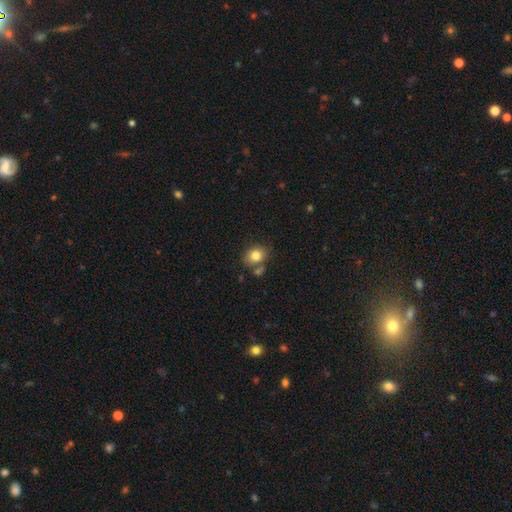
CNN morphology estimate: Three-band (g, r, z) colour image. It shows a smooth galaxy with no disk features (82%) that is round (60%). Merging: none (67%).